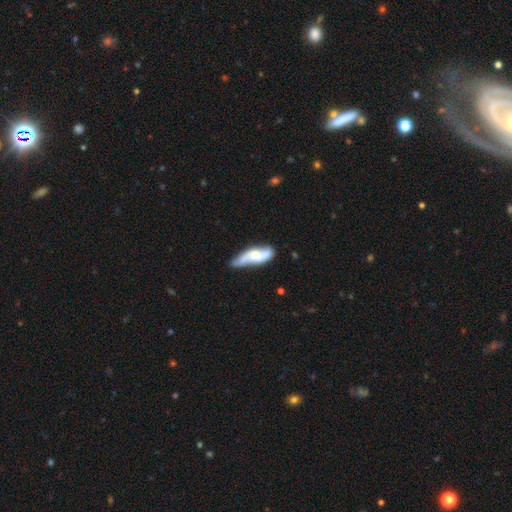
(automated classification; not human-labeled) Smooth or featured? featured or disk (50%)
Edge-on disk? no (78%)
Merging? none (52%)